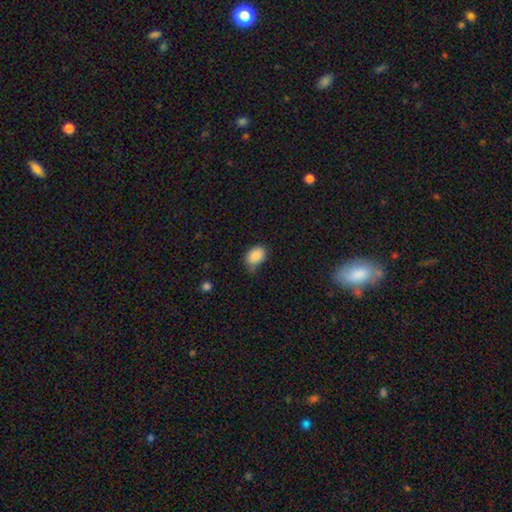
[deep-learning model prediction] Q: Smooth or featured?
A: smooth (87%); runner-up: star or artifact (8%)
Q: How rounded?
A: in between (74%); runner-up: round (25%)
Q: Merging?
A: none (60%); runner-up: minor disturbance (32%)